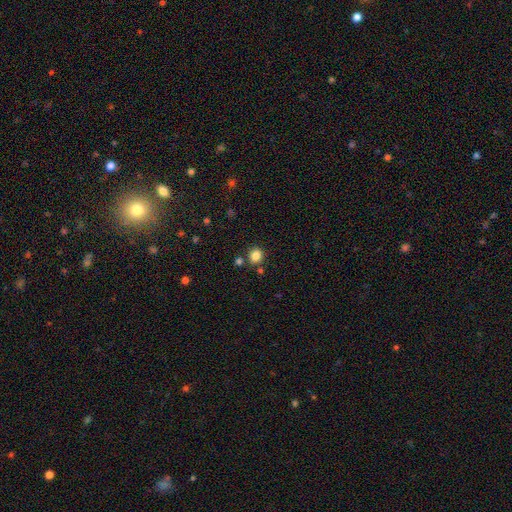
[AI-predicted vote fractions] This is clearly a smooth galaxy (84%). How rounded: likely round (78%). Merging: clearly none (81%).